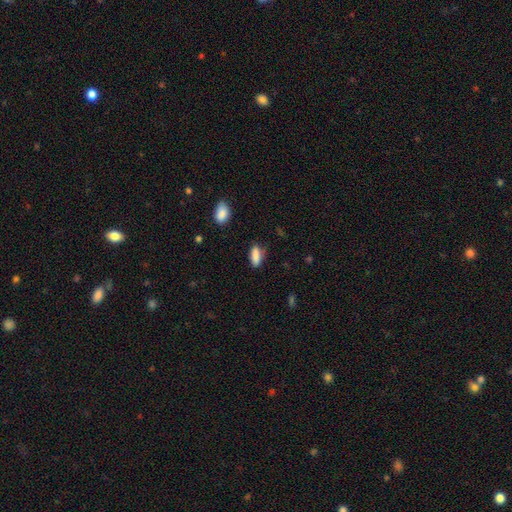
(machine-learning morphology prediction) smooth 87%, star or artifact 7%, featured or disk 6%. Down the decision tree: how rounded — in between (72%); merging — none (76%).